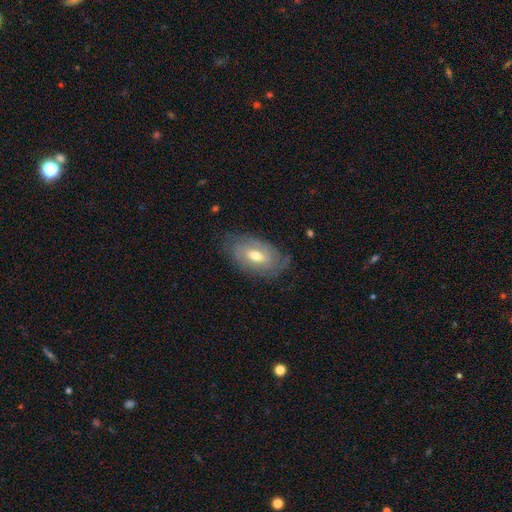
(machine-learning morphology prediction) smooth_or_featured: featured or disk (p=0.62) [alt: smooth p=0.31]
disk_edge_on: no (p=0.91) [alt: yes p=0.09]
bar: no (p=0.43) [tied with: weak p=0.43]
has_spiral_arms: yes (p=0.72) [alt: no p=0.28]
bulge_size: moderate (p=0.68) [alt: small p=0.27]
merging: none (p=0.72) [alt: minor disturbance p=0.21]